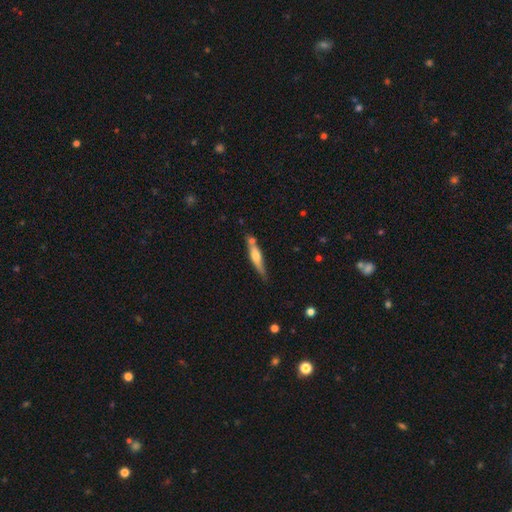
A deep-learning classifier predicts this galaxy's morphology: This is possibly a featured or disk galaxy (52%). It is clearly viewed edge-on (92%). Merging: likely none (68%).